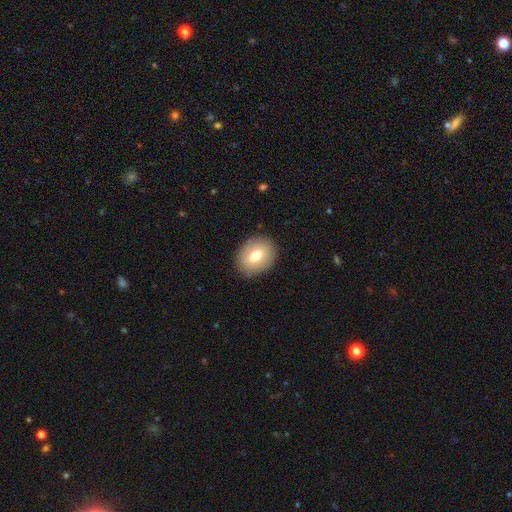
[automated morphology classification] The model was most divided on "how rounded": in between: 59%, round: 40%, cigar-shaped: 1%. More confident: merging — none (87%); smooth or featured — smooth (72%).